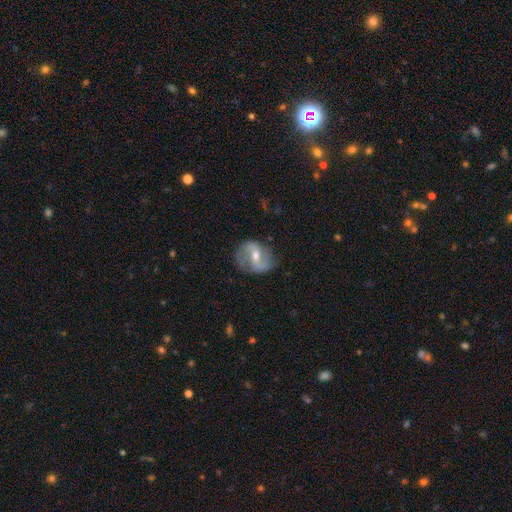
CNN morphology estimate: This appears to be a featured or disk galaxy (76%) with a weak bar (45%), 2 (87%) loose (43%) spiral arms (88%) and a moderate central bulge (61%). Merging: none (75%).